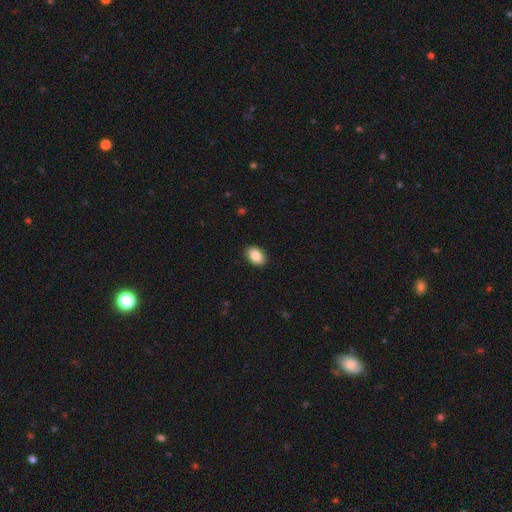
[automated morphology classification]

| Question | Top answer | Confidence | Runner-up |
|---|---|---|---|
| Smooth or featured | smooth | 87% | star or artifact (7%) |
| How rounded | in between | 88% | round (11%) |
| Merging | none | 90% | minor disturbance (7%) |